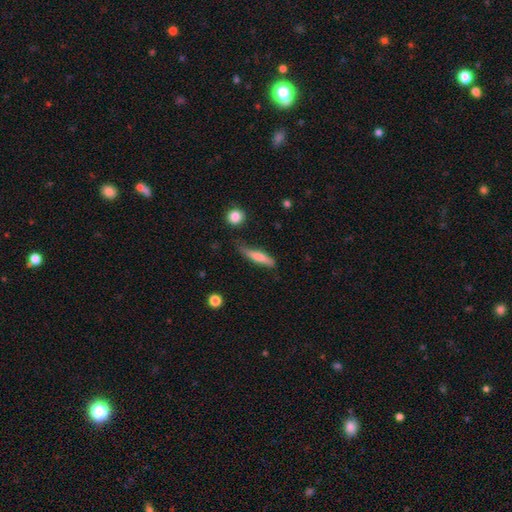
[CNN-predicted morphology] The model was most divided on "smooth or featured": smooth: 65%, featured or disk: 28%, star or artifact: 7%. More confident: how rounded — cigar-shaped (83%); merging — none (64%).